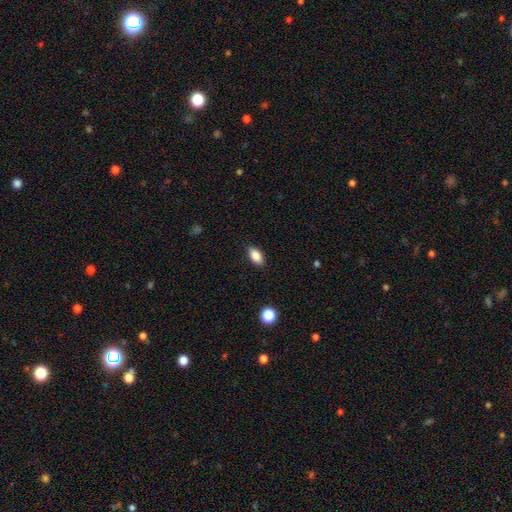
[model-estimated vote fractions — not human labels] A smooth galaxy with no disk features (86%) that is in between round and cigar-shaped (90%).

Vote fractions:
- Smooth or featured? smooth: 86% / star or artifact: 8% / featured or disk: 6%
- How rounded? in between: 90% / round: 5% / cigar-shaped: 4%
- Merging? none: 87% / minor disturbance: 10% / major disturbance: 2% / merger: 1%